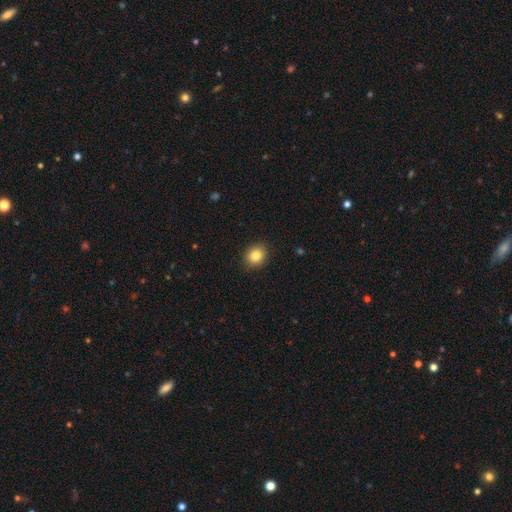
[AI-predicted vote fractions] This appears to be a smooth galaxy with no disk features (84%) that is round (64%). Merging: none (89%).